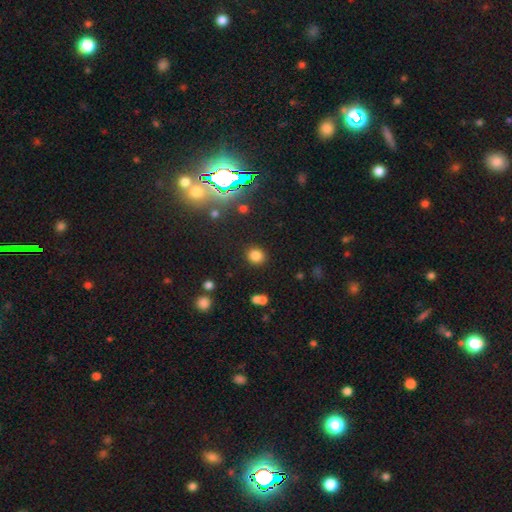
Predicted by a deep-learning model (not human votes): Smooth or featured?
  - smooth: 78% *
  - star or artifact: 16%
  - featured or disk: 5%
How rounded?
  - round: 80% *
  - in between: 19%
  - cigar-shaped: 1%
Merging?
  - none: 87% *
  - minor disturbance: 7%
  - merger: 3%
  - major disturbance: 3%